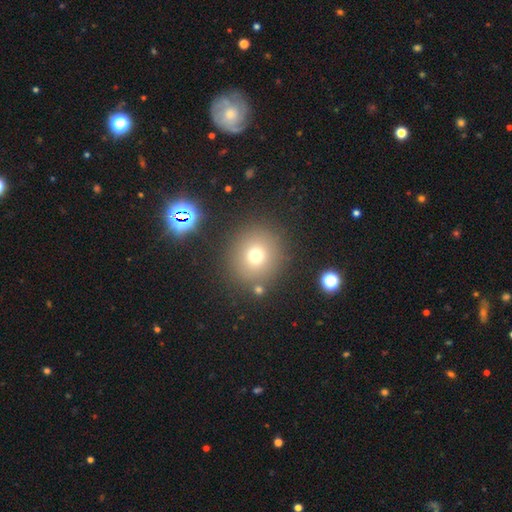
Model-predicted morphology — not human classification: type=smooth (70%); roundness=round (90%); merging=none (83%).